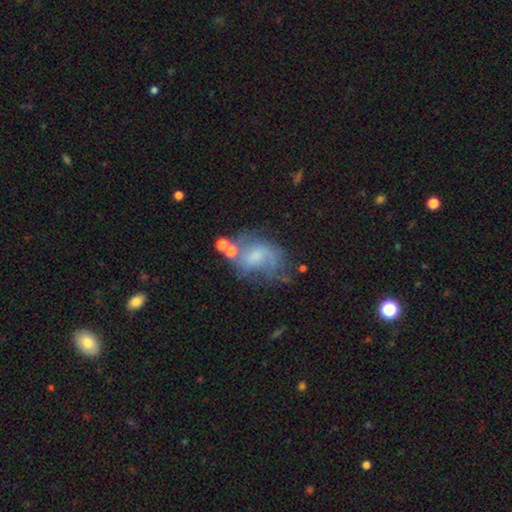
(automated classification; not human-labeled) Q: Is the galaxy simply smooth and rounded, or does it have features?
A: featured or disk — 54%.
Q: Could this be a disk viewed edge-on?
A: no — 96%.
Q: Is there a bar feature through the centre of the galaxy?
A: no — 49%.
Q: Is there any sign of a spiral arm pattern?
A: yes — 70%.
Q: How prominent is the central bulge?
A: small — 38%.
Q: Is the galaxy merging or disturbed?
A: none — 43%.